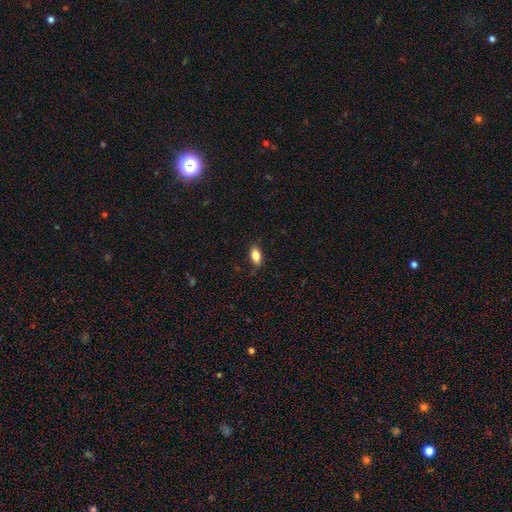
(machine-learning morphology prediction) Overall: smooth (83%). How rounded: in between (88%). Merging: none (84%).